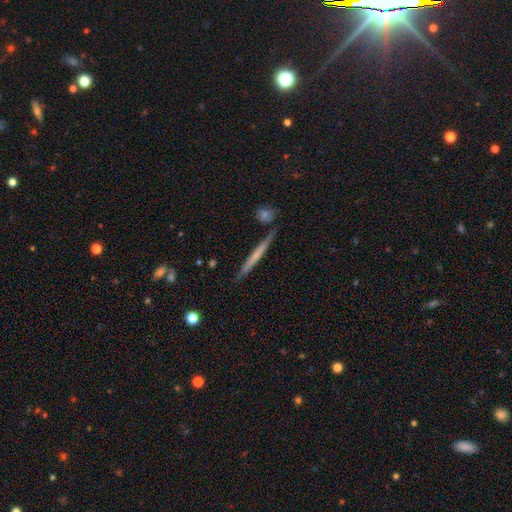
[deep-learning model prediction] Q: Smooth or featured?
A: featured or disk (50%); runner-up: smooth (44%)
Q: Edge-on disk?
A: yes (96%); runner-up: no (4%)
Q: Merging?
A: none (87%); runner-up: minor disturbance (8%)